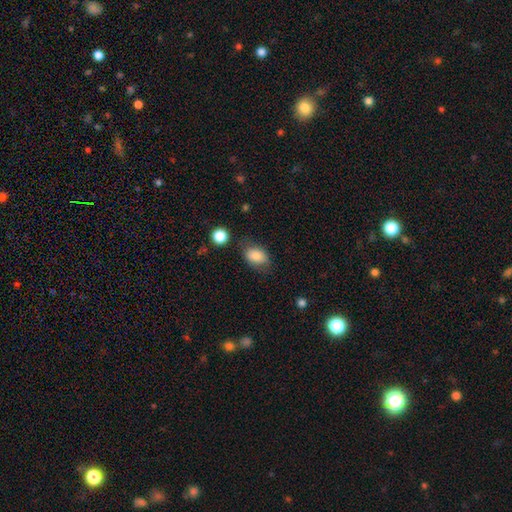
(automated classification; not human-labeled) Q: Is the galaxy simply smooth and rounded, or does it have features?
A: smooth — 85%.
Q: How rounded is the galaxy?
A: in between — 82%.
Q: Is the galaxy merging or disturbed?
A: none — 68%.